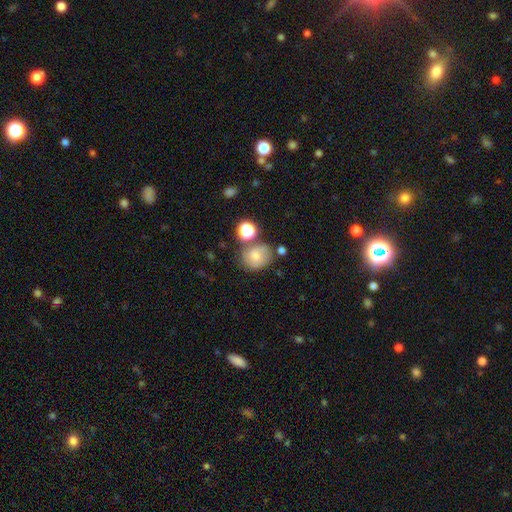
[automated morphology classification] smooth-or-featured: smooth: 69% | featured or disk: 19% | star or artifact: 12%
  how-rounded: round: 59% | in between: 40% | cigar-shaped: 1%
  merging: none: 57% | minor disturbance: 19% | merger: 17% | major disturbance: 7%